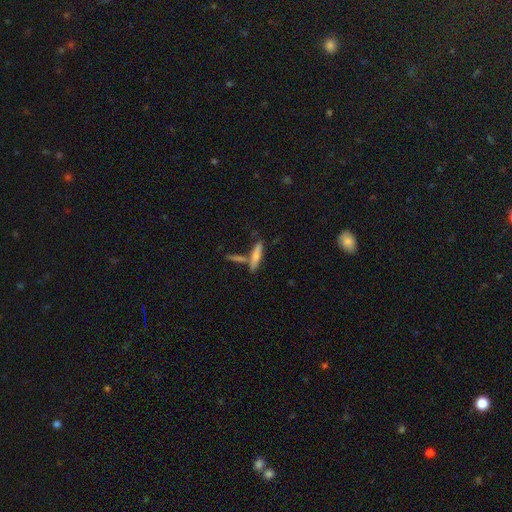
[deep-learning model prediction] Smooth or featured?
  - smooth: 61% *
  - featured or disk: 31%
  - star or artifact: 8%
How rounded?
  - cigar-shaped: 81% *
  - in between: 17%
  - round: 2%
Merging?
  - none: 60% *
  - merger: 23%
  - minor disturbance: 13%
  - major disturbance: 4%